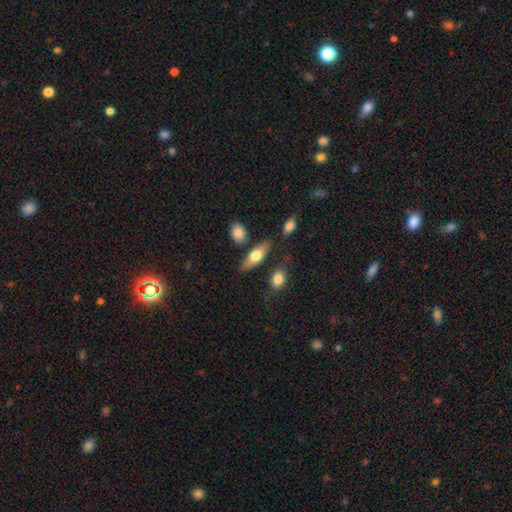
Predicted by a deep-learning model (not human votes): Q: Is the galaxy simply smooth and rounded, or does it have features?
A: smooth — 65%.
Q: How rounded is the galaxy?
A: in between — 66%.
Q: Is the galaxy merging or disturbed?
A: none — 79%.